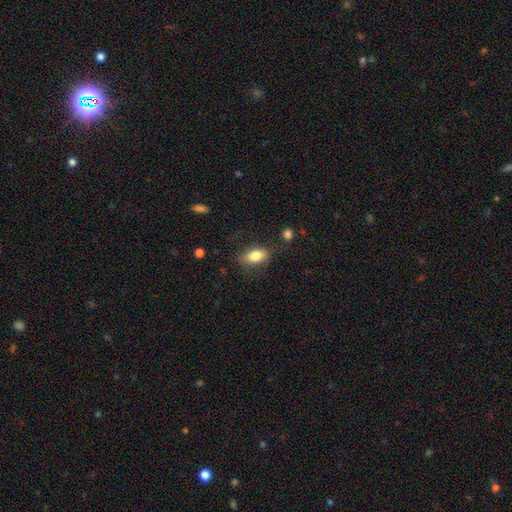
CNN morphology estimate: smooth_or_featured: smooth (p=0.79) [alt: featured or disk p=0.13]
how_rounded: in between (p=0.86) [alt: cigar-shaped p=0.07]
merging: none (p=0.77) [alt: minor disturbance p=0.16]